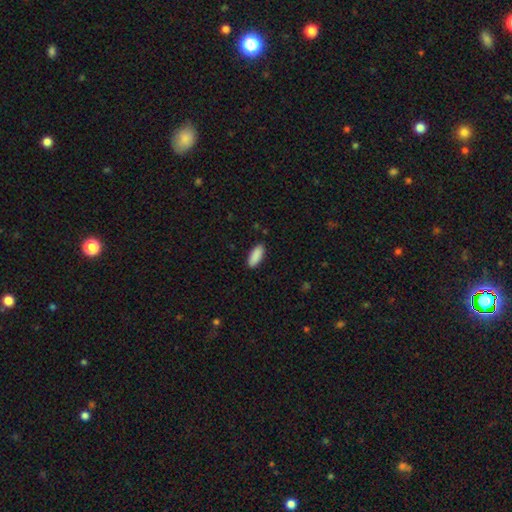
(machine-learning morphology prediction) Overall: smooth (90%). How rounded: in between (77%). Merging: none (89%).